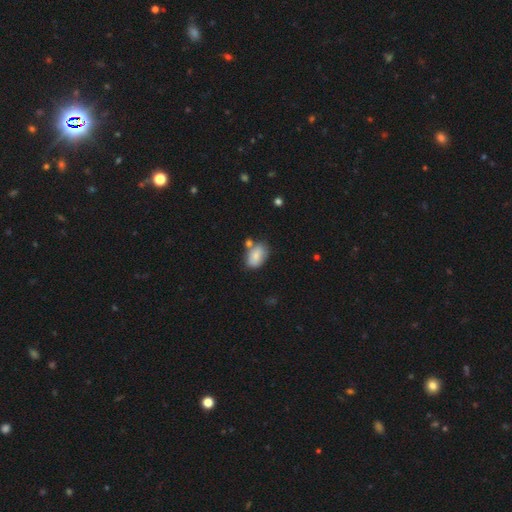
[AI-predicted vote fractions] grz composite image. It shows a smooth galaxy with no disk features (80%) that is in between round and cigar-shaped (87%). Merging: none (55%).